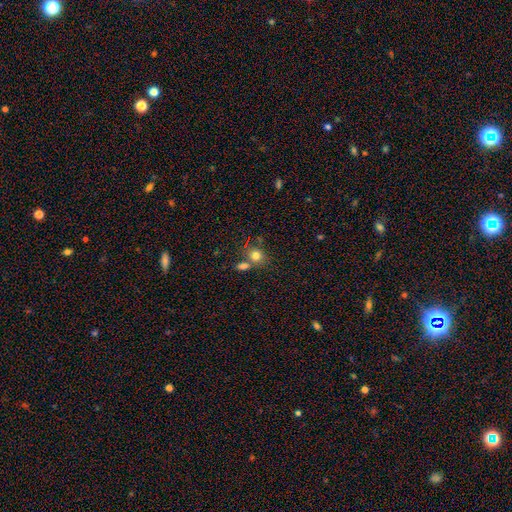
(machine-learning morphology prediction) This is likely a smooth galaxy (79%). How rounded: likely round (68%). Merging: possibly none (55%).